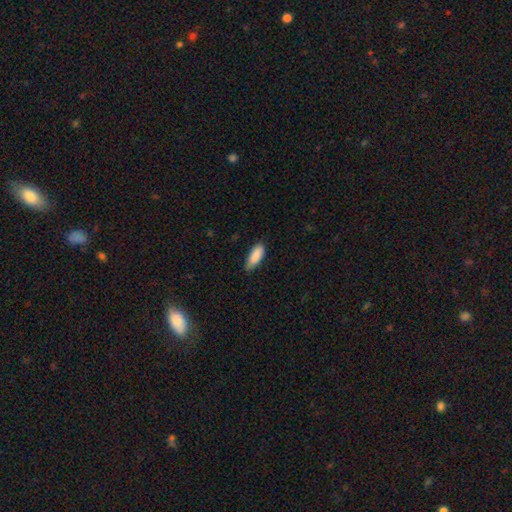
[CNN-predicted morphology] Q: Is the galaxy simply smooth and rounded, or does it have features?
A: smooth — 89%.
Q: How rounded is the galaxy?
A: in between — 75%.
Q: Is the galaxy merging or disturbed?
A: none — 75%.